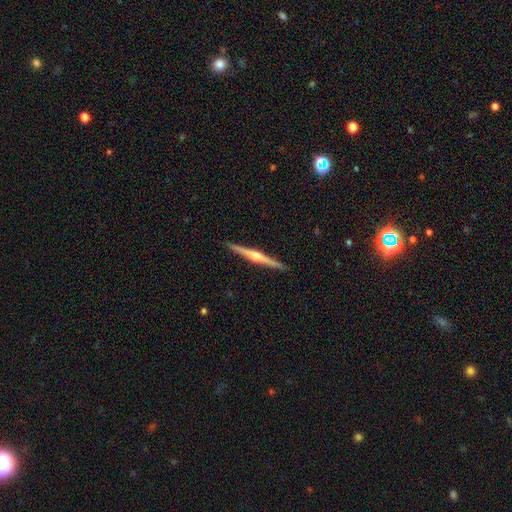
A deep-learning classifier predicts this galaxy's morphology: smooth-or-featured: featured or disk: 82% | smooth: 14% | star or artifact: 5%
  disk-edge-on: yes: 99% | no: 1%
    edge-on-bulge: rounded: 90% | none: 5% | boxy: 5%
  merging: none: 93% | minor disturbance: 5% | major disturbance: 1% | merger: 1%